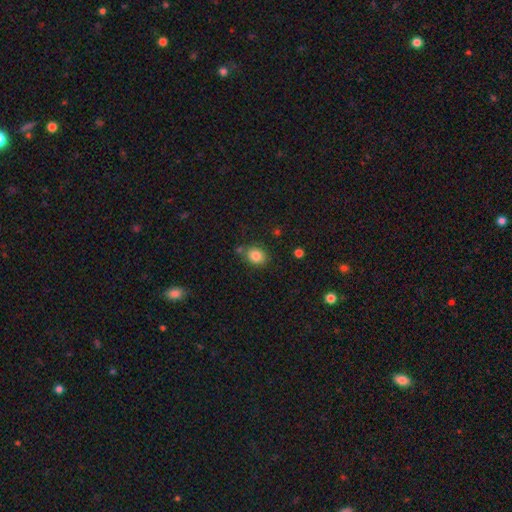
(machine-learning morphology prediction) A smooth galaxy with no disk features (84%) that is round (53%).

Vote fractions:
- Smooth or featured? smooth: 84% / star or artifact: 10% / featured or disk: 6%
- How rounded? round: 53% / in between: 46% / cigar-shaped: 1%
- Merging? none: 74% / minor disturbance: 14% / merger: 9% / major disturbance: 4%